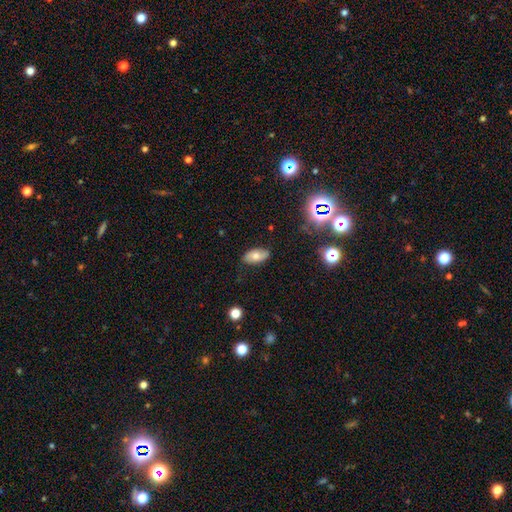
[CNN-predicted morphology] The model was most divided on "smooth or featured": smooth: 64%, featured or disk: 25%, star or artifact: 11%. More confident: how rounded — in between (93%); merging — none (79%).